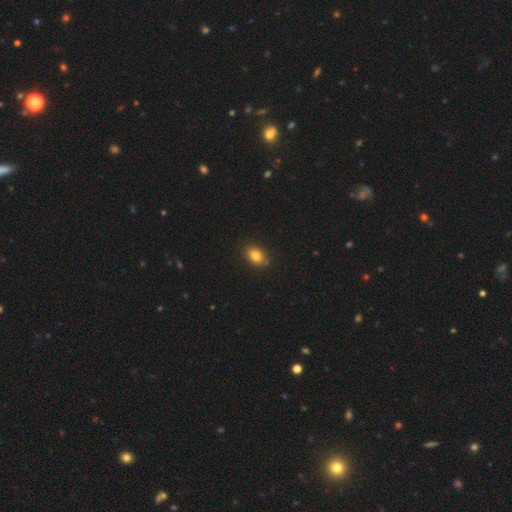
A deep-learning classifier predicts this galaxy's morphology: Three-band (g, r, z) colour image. It shows a smooth galaxy with no disk features (81%) that is in between round and cigar-shaped (76%). Merging: none (84%).